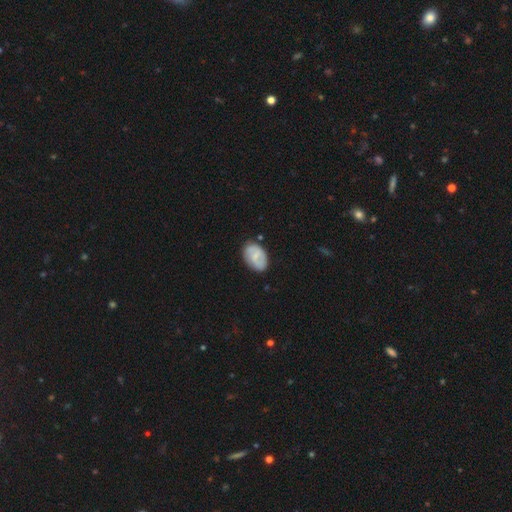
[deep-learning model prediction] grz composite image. It shows a smooth galaxy with no disk features (53%) that is in between round and cigar-shaped (85%). Merging: none (75%).